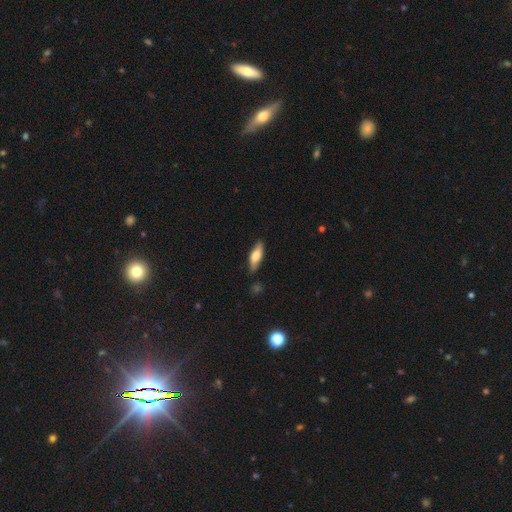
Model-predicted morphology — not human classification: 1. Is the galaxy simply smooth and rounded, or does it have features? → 63% smooth, 30% featured or disk, 6% star or artifact.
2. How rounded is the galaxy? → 52% in between, 46% cigar-shaped, 2% round.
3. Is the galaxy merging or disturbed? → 82% none, 14% minor disturbance, 2% major disturbance, 2% merger.